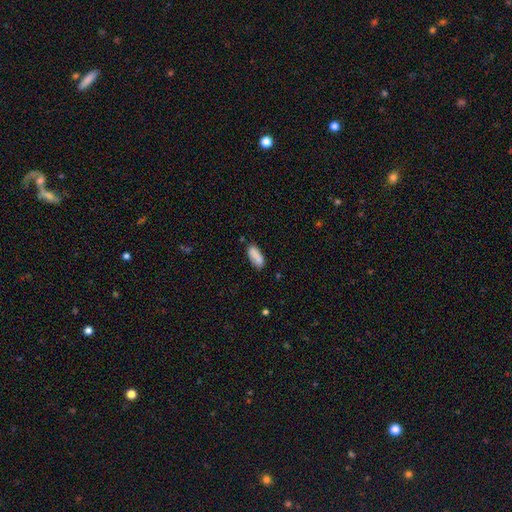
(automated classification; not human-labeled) A smooth galaxy with no disk features (87%) that is in between round and cigar-shaped (78%). Merging: none (79%).